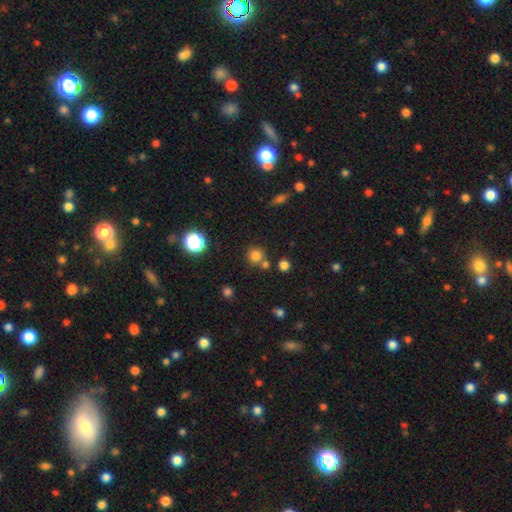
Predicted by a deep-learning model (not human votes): smooth-or-featured: smooth: 76% | star or artifact: 17% | featured or disk: 6%
  how-rounded: round: 91% | in between: 8% | cigar-shaped: 1%
  merging: none: 70% | merger: 18% | minor disturbance: 8% | major disturbance: 3%